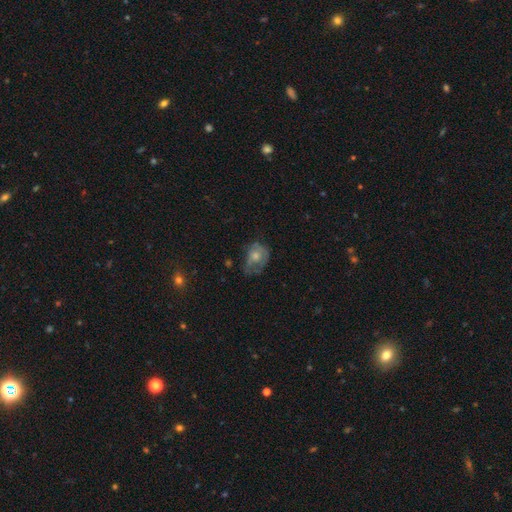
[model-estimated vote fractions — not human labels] smooth-or-featured: smooth: 50% | featured or disk: 41% | star or artifact: 9%
  merging: minor disturbance: 33% | major disturbance: 32% | none: 32% | merger: 3%